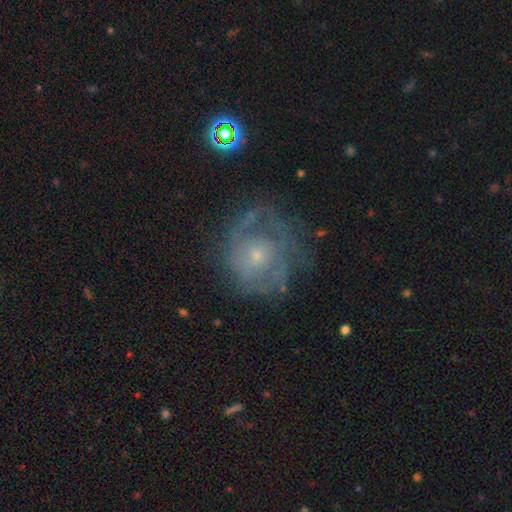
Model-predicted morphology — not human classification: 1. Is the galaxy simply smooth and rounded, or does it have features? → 68% featured or disk, 22% smooth, 10% star or artifact.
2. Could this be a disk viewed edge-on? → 98% no, 2% yes.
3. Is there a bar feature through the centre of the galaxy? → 81% no, 16% weak, 3% strong.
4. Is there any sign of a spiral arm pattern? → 71% yes, 29% no.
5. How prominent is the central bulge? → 73% small, 21% moderate, 3% none, 2% large, 1% dominant.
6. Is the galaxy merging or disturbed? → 54% none, 23% major disturbance, 21% minor disturbance, 2% merger.